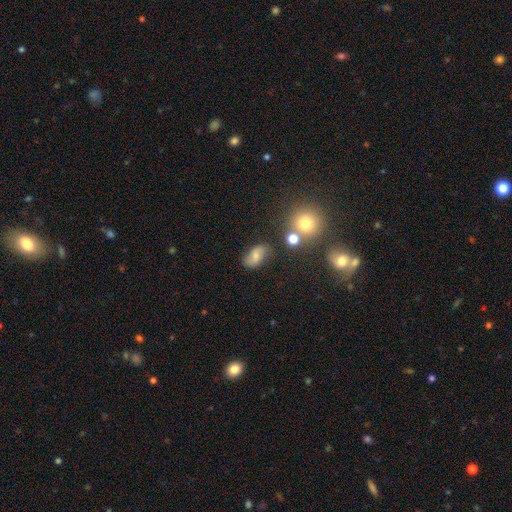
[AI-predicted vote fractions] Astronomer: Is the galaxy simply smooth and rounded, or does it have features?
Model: smooth — 57%.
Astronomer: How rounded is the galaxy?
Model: in between — 83%.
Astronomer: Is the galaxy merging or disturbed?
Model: none — 72%.